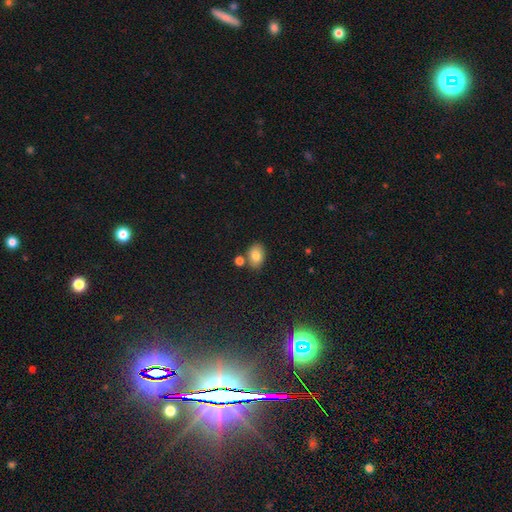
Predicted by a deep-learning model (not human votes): smooth-or-featured: smooth: 80% | featured or disk: 10% | star or artifact: 10%
  how-rounded: in between: 75% | round: 24% | cigar-shaped: 1%
  merging: none: 72% | merger: 14% | minor disturbance: 12% | major disturbance: 3%